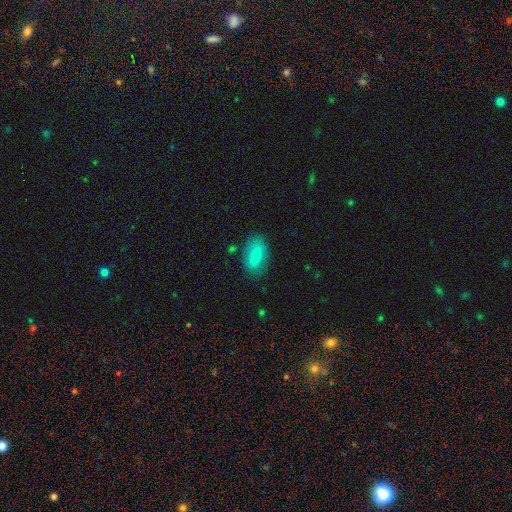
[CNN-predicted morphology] Smooth or featured?
  - smooth: 75% *
  - featured or disk: 17%
  - star or artifact: 7%
How rounded?
  - in between: 90% *
  - round: 6%
  - cigar-shaped: 5%
Merging?
  - none: 79% *
  - minor disturbance: 15%
  - major disturbance: 4%
  - merger: 2%